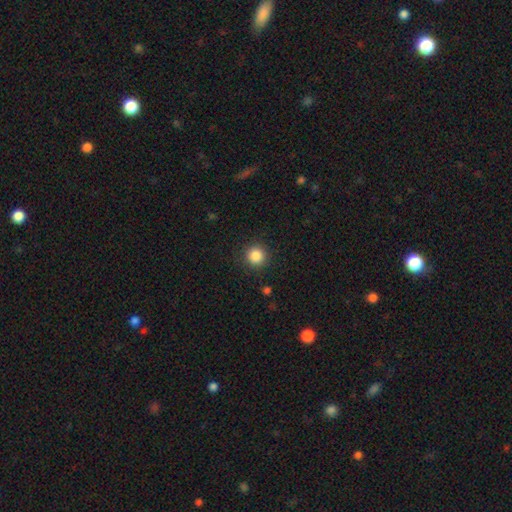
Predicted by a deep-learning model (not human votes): The model was most divided on "smooth or featured": smooth: 86%, star or artifact: 10%, featured or disk: 4%. More confident: how rounded — round (95%); merging — none (91%).